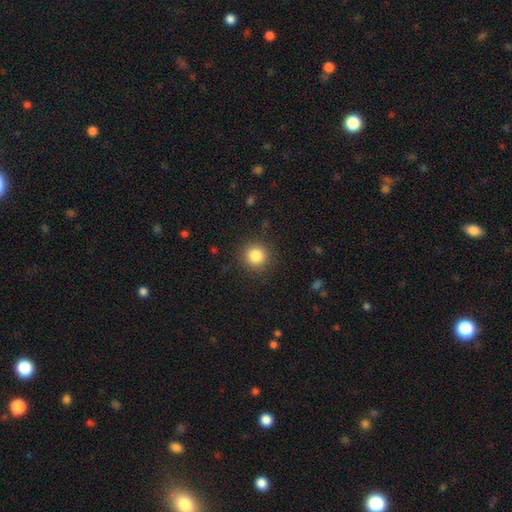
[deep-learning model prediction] Smooth or featured?
  - smooth: 84% *
  - star or artifact: 11%
  - featured or disk: 5%
How rounded?
  - round: 94% *
  - in between: 5%
  - cigar-shaped: 1%
Merging?
  - none: 90% *
  - minor disturbance: 7%
  - major disturbance: 3%
  - merger: 1%